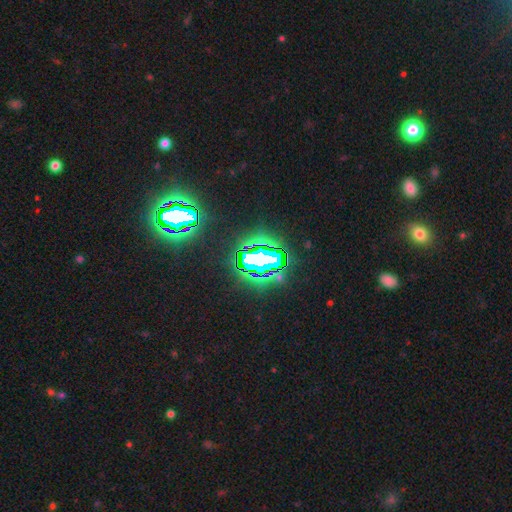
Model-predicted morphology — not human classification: Smooth or featured? star or artifact (73%)